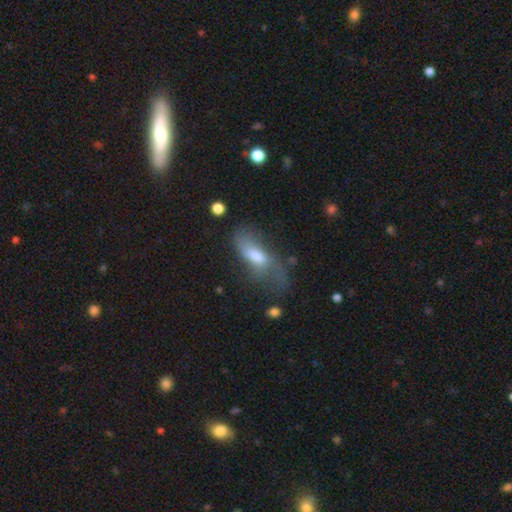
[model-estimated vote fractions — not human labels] smooth 51%, featured or disk 39%, star or artifact 10%. Down the decision tree: how rounded — in between (70%); merging — none (37%).